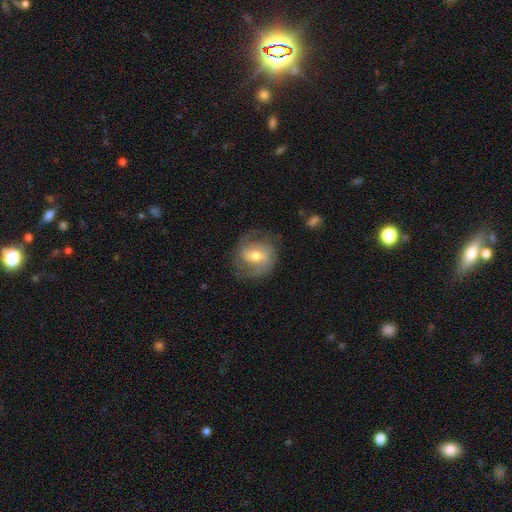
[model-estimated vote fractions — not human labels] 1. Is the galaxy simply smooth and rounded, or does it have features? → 73% featured or disk, 21% smooth, 6% star or artifact.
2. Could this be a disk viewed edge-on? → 97% no, 3% yes.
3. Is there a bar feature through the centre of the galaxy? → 50% weak, 32% no, 18% strong.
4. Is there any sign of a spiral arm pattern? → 90% yes, 10% no.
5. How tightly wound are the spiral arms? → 46% medium, 36% tight, 18% loose.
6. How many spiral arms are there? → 75% 2, 12% can't tell, 6% 3, 4% 1, 2% 4, 2% more than 4.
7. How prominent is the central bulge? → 71% moderate, 20% small, 7% large, 1% none, 1% dominant.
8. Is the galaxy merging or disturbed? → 71% none, 18% minor disturbance, 10% major disturbance, 1% merger.